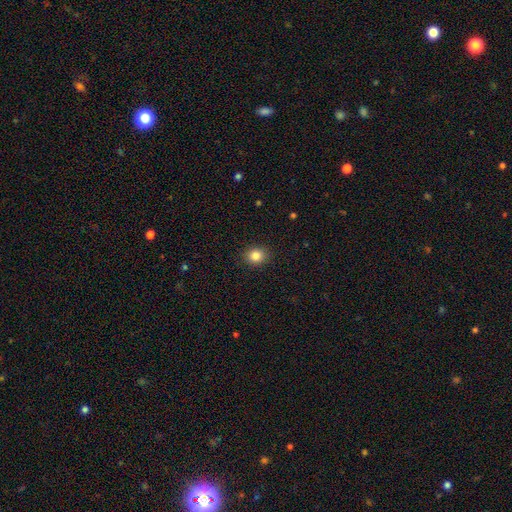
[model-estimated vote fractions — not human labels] The model was most divided on "how rounded": round: 69%, in between: 30%, cigar-shaped: 1%. More confident: merging — none (90%); smooth or featured — smooth (84%).